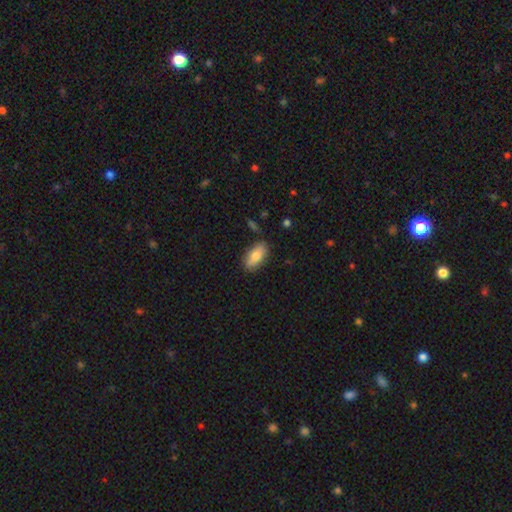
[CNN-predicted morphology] type=smooth (79%); roundness=in between (87%); merging=none (82%).